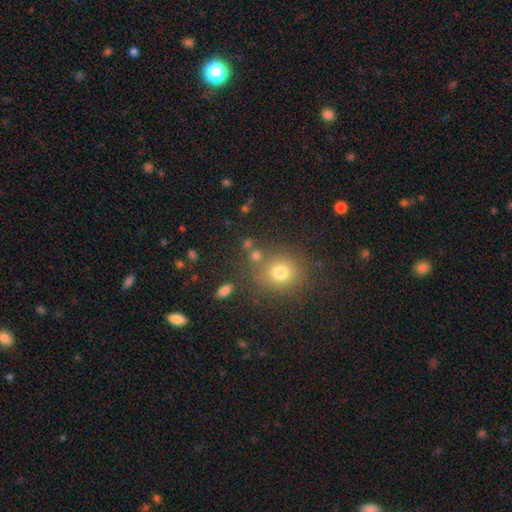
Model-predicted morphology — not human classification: type=smooth (72%); roundness=round (80%); merging=none (71%).